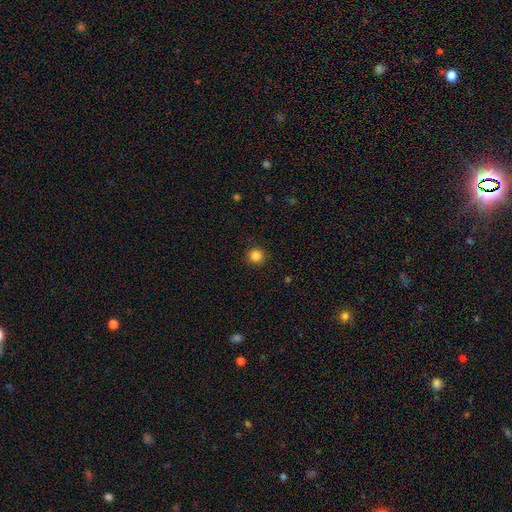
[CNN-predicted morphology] Q: Smooth or featured?
A: smooth (85%); runner-up: star or artifact (12%)
Q: How rounded?
A: round (95%); runner-up: in between (4%)
Q: Merging?
A: none (91%); runner-up: minor disturbance (6%)